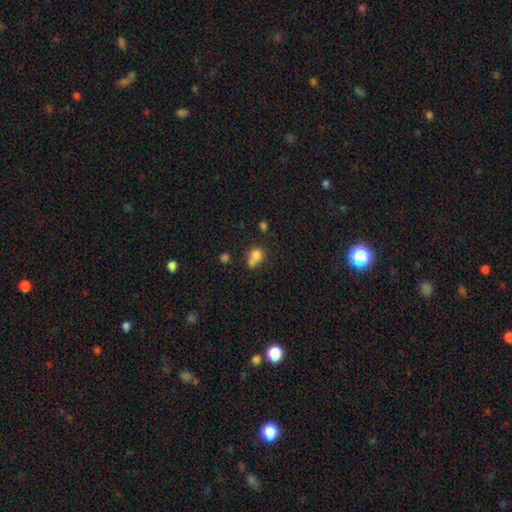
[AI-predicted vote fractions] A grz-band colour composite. It shows a smooth galaxy with no disk features (77%) that is round (67%). Merging: merger (45%).